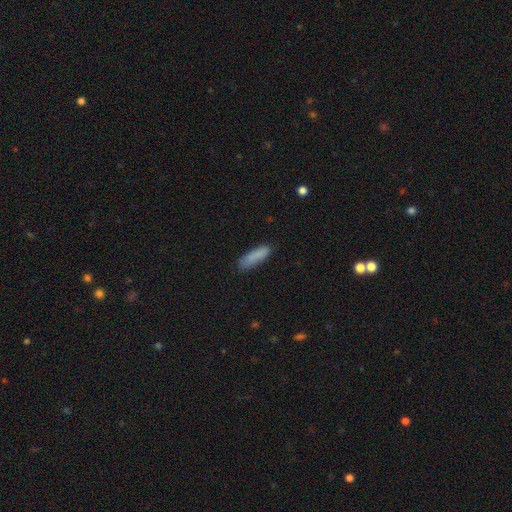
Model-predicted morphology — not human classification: Q: Smooth or featured?
A: smooth (87%); runner-up: star or artifact (7%)
Q: How rounded?
A: cigar-shaped (59%); runner-up: in between (39%)
Q: Merging?
A: none (78%); runner-up: minor disturbance (17%)